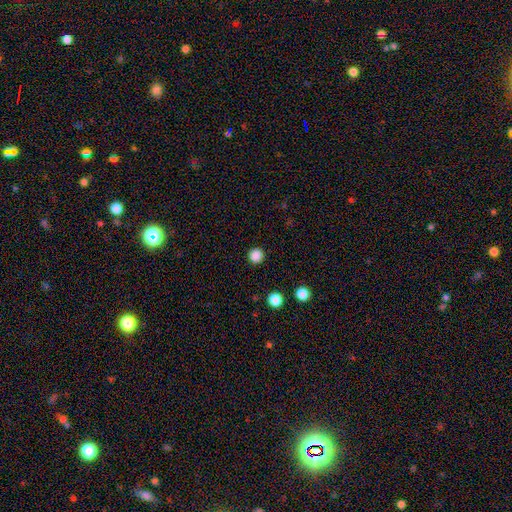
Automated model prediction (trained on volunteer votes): The model was most divided on "smooth or featured": smooth: 86%, star or artifact: 12%, featured or disk: 2%. More confident: how rounded — round (96%); merging — none (92%).